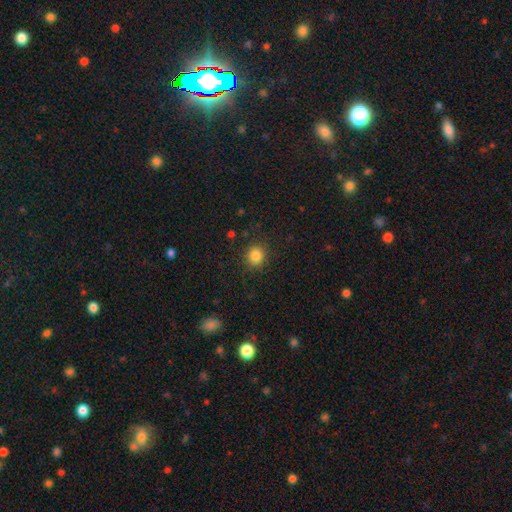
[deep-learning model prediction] This is clearly a smooth galaxy (84%). How rounded: clearly round (86%). Merging: clearly none (89%).